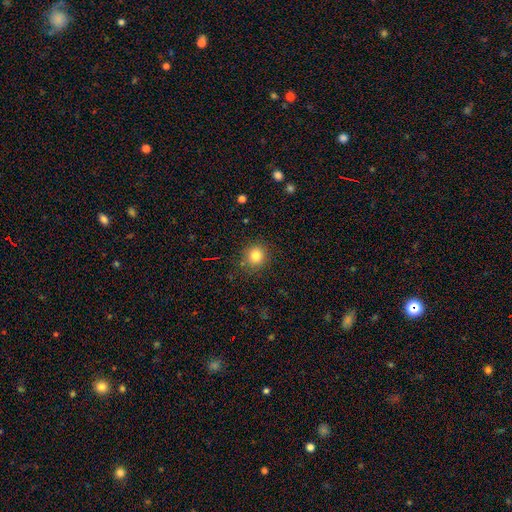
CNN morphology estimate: This appears to be a smooth galaxy with no disk features (82%) that is round (88%). Merging: none (86%).